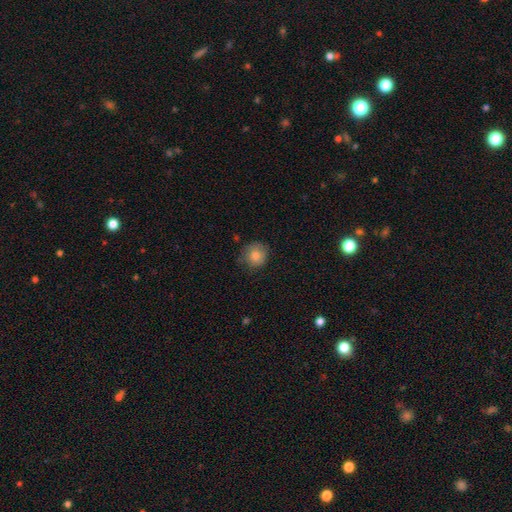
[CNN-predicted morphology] Overall: smooth (82%). How rounded: round (90%). Merging: none (77%).